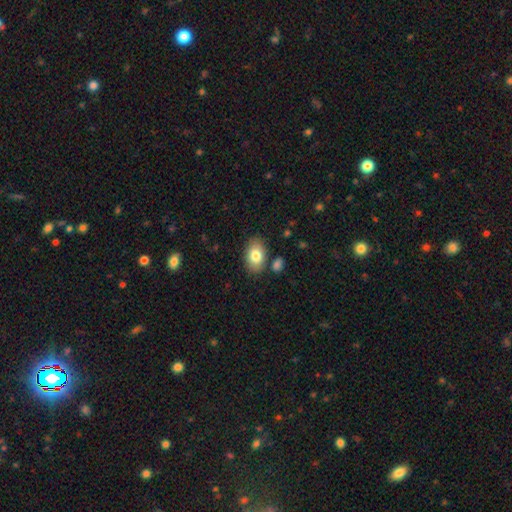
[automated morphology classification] smooth_or_featured: smooth (p=0.81) [alt: featured or disk p=0.12]
how_rounded: in between (p=0.88) [alt: round p=0.11]
merging: none (p=0.81) [alt: minor disturbance p=0.11]